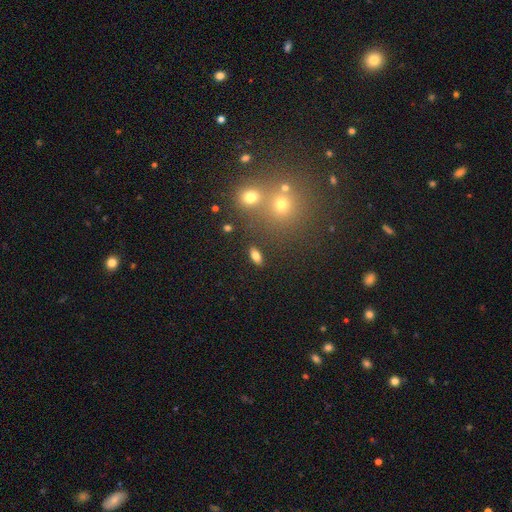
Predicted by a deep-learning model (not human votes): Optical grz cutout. It shows a smooth galaxy with no disk features (77%) that is in between round and cigar-shaped (83%). Merging: none (84%).